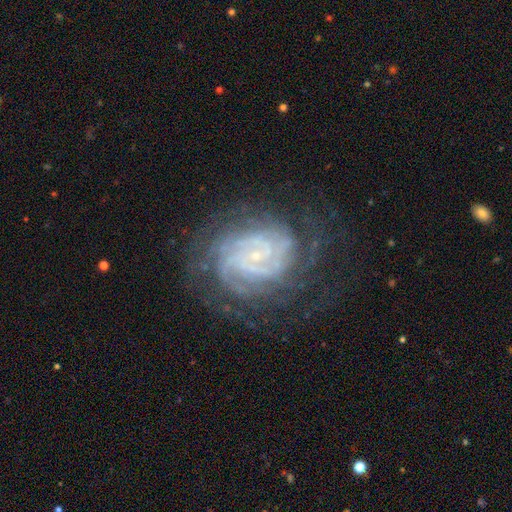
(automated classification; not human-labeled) Smooth or featured? featured or disk (87%)
Edge-on disk? no (98%)
Bar? no (53%)
Spiral arms? yes (98%)
Spiral winding? tight (76%)
Spiral arm count? can't tell (26%)
Bulge size? small (84%)
Merging? none (71%)